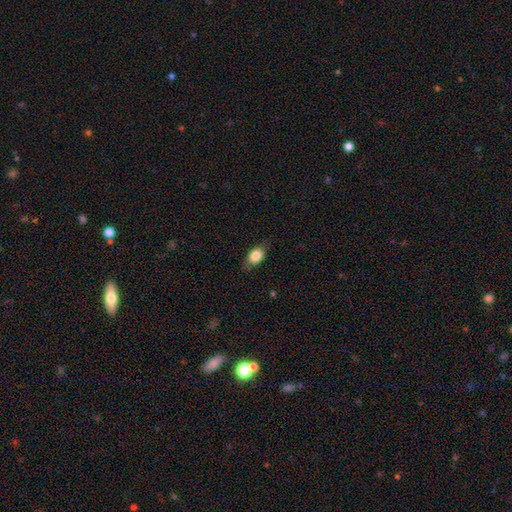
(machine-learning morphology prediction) Overall: smooth (80%). How rounded: in between (78%). Merging: none (77%).